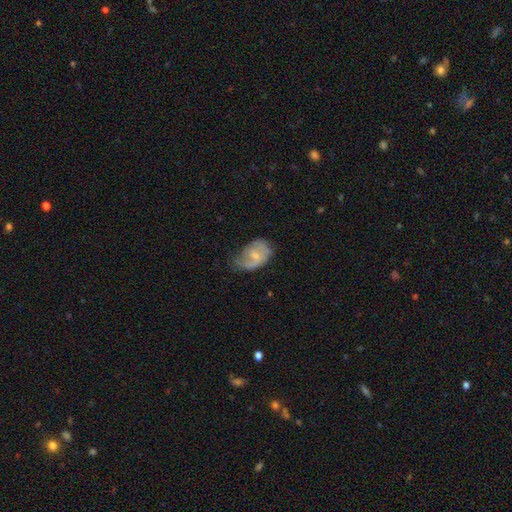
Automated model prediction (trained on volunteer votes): A featured or disk galaxy (60%) with no bar (48%), spiral arms (82%) and a small central bulge (50%). Merging: none (40%).